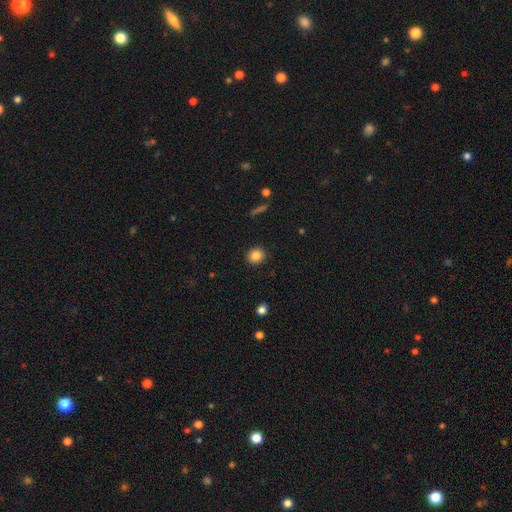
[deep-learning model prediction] A smooth galaxy with no disk features (85%) that is round (85%). Merging: none (91%).